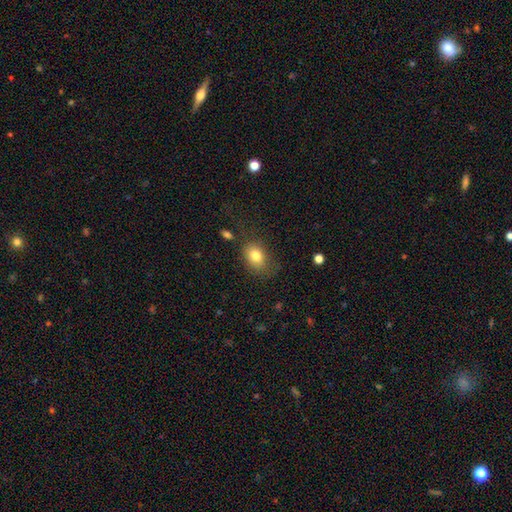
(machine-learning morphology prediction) smooth 80%, featured or disk 10%, star or artifact 10%. Down the decision tree: how rounded — in between (71%); merging — none (68%).